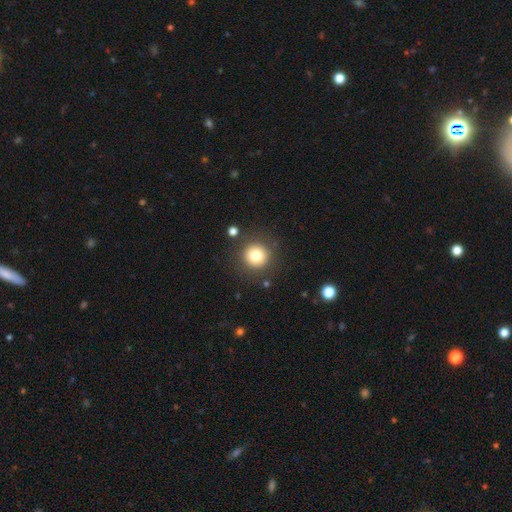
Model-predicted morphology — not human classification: smooth_or_featured: smooth (p=0.78) [alt: star or artifact p=0.12]
how_rounded: round (p=0.95) [alt: in between p=0.04]
merging: none (p=0.86) [alt: minor disturbance p=0.08]